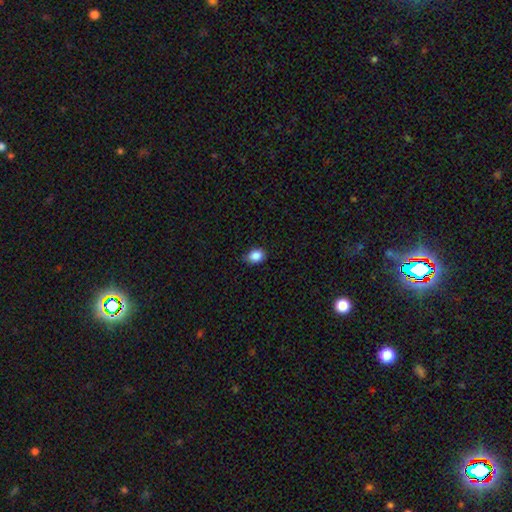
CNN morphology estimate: smooth-or-featured: smooth: 87% | star or artifact: 9% | featured or disk: 4%
  how-rounded: in between: 62% | round: 37% | cigar-shaped: 1%
  merging: none: 77% | minor disturbance: 20% | major disturbance: 3% | merger: 1%